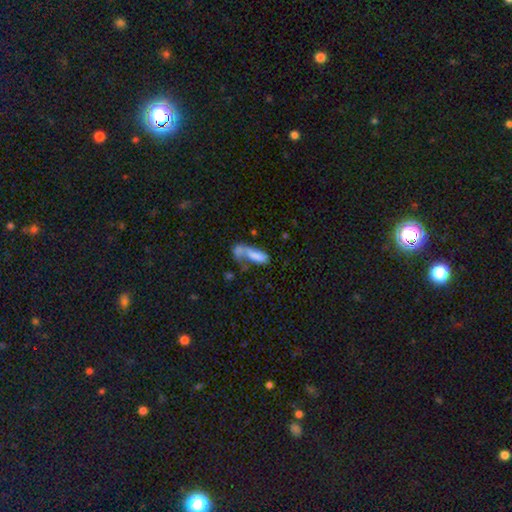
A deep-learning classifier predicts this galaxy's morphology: This is likely a smooth galaxy (66%). How rounded: possibly in between (54%). Merging: marginally merger (31%, tied with major disturbance).